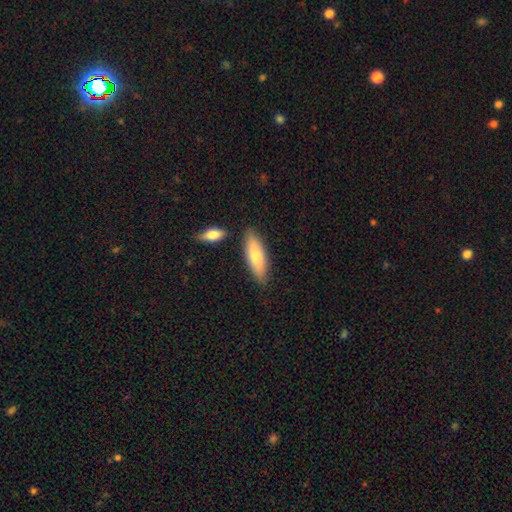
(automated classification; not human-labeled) Overall: smooth (77%). How rounded: in between (52%; cigar-shaped 46%). Merging: none (82%).